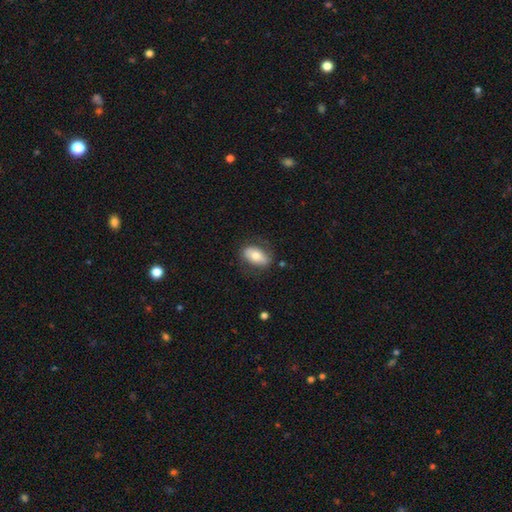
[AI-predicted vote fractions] smooth-or-featured: smooth: 65% | featured or disk: 29% | star or artifact: 6%
  how-rounded: in between: 90% | round: 7% | cigar-shaped: 4%
  merging: none: 73% | minor disturbance: 18% | major disturbance: 7% | merger: 2%